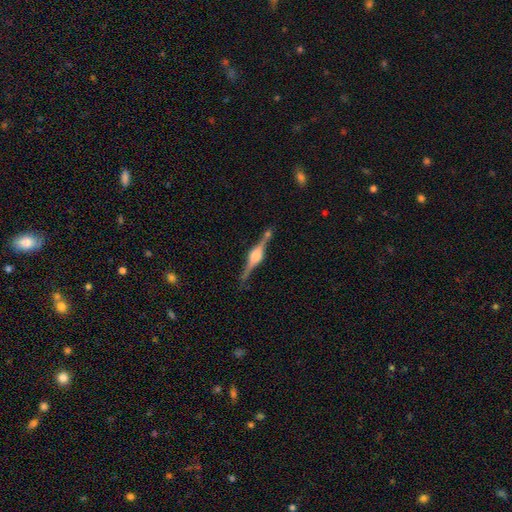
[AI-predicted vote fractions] This appears to be a featured or disk galaxy (87%) viewed edge-on (98%) with a rounded central bulge (89%). Merging: none (81%).